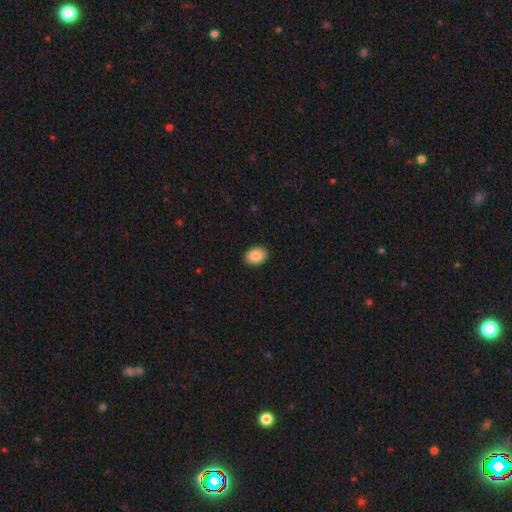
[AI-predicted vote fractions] Smooth or featured? Predicted: smooth (p=0.88). How rounded? Predicted: in between (p=0.79). Merging? Predicted: none (p=0.91).